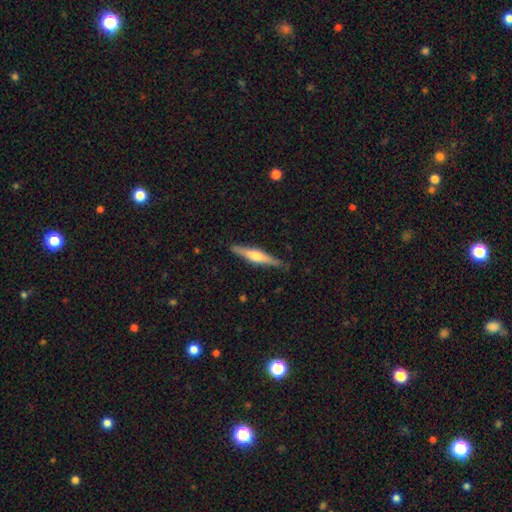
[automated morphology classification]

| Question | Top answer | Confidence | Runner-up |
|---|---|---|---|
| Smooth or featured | featured or disk | 57% | smooth (37%) |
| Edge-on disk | yes | 96% | no (4%) |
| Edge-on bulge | rounded | 82% | boxy (10%) |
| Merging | none | 86% | minor disturbance (11%) |